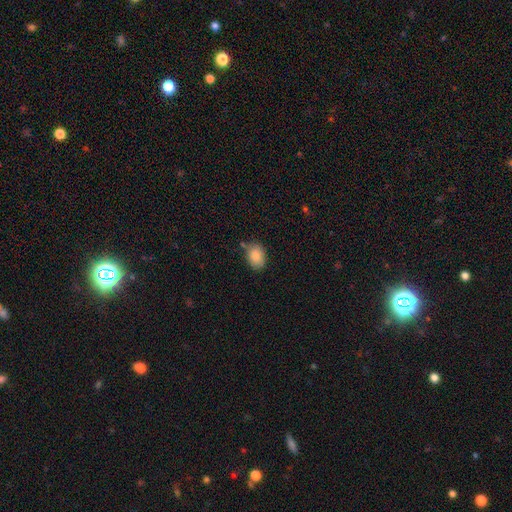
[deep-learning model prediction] smooth 87%, star or artifact 8%, featured or disk 6%. Down the decision tree: how rounded — in between (77%); merging — none (73%).